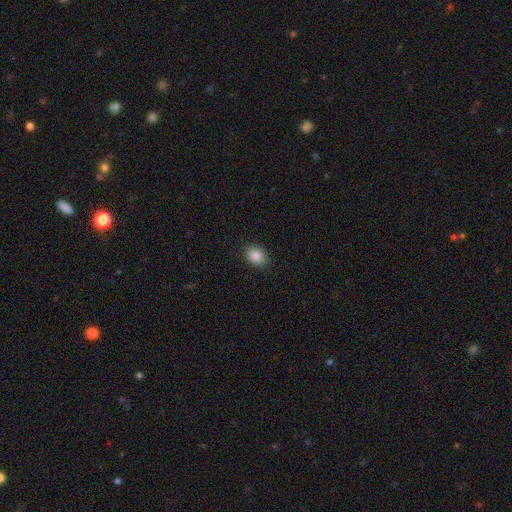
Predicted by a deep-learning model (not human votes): Overall: smooth (87%). How rounded: in between (61%; round 38%). Merging: none (89%).